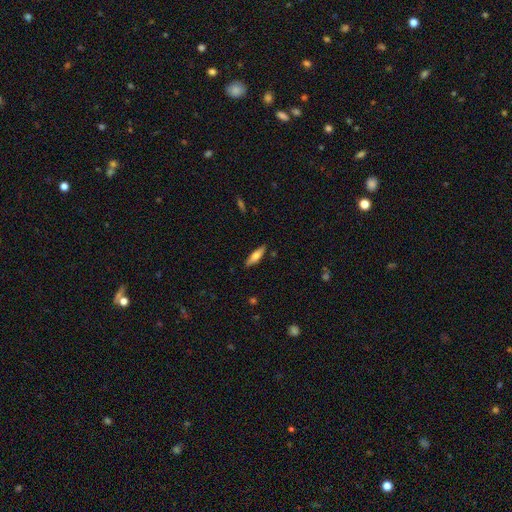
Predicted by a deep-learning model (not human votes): Smooth or featured: smooth — 61% (featured or disk — 33%)
How rounded: cigar-shaped — 61% (in between — 37%)
Merging: none — 87% (minor disturbance — 10%)